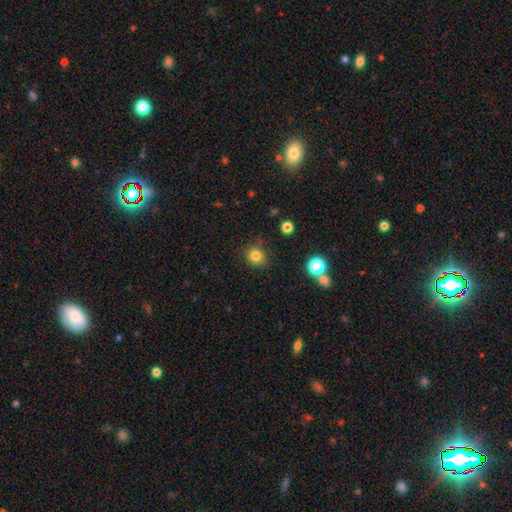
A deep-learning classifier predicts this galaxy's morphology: smooth_or_featured: smooth (p=0.82) [alt: star or artifact p=0.13]
how_rounded: round (p=0.85) [alt: in between p=0.14]
merging: none (p=0.84) [alt: minor disturbance p=0.10]